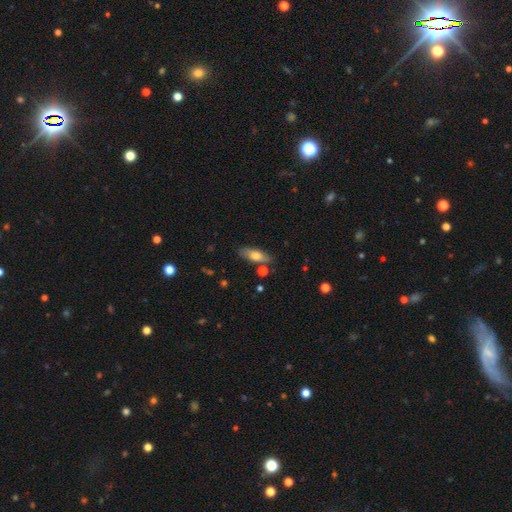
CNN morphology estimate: This appears to be a smooth galaxy with no disk features (68%) that is in between round and cigar-shaped (65%). Merging: none (77%).